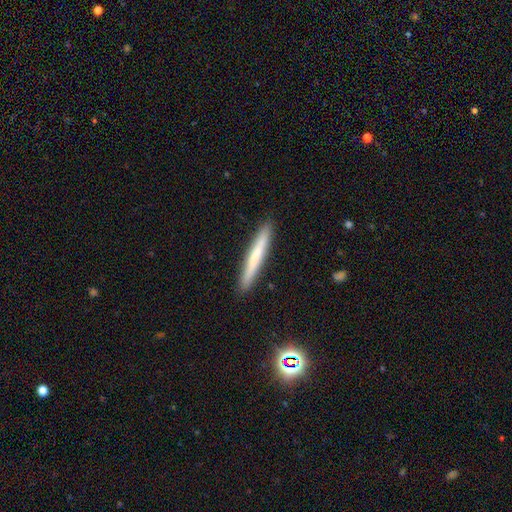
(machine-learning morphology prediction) Q: Smooth or featured?
A: smooth (62%); runner-up: featured or disk (31%)
Q: How rounded?
A: cigar-shaped (96%); runner-up: in between (3%)
Q: Merging?
A: none (91%); runner-up: minor disturbance (7%)